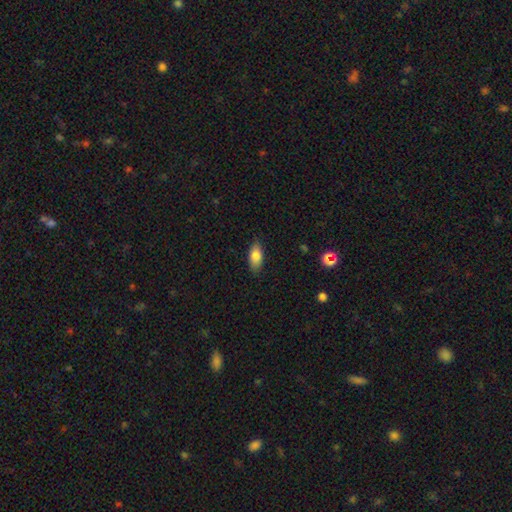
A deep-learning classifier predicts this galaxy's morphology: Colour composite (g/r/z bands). It shows a smooth galaxy with no disk features (81%) that is in between round and cigar-shaped (87%). Merging: none (85%).